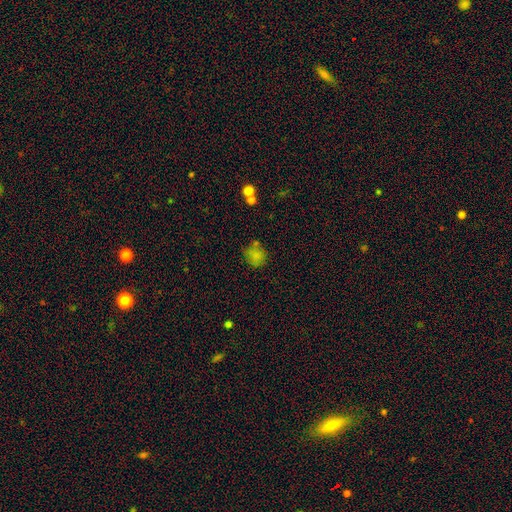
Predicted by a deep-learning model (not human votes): A smooth galaxy with no disk features (78%) that is round (81%).

Vote fractions:
- Smooth or featured? smooth: 78% / star or artifact: 14% / featured or disk: 8%
- How rounded? round: 81% / in between: 18% / cigar-shaped: 1%
- Merging? none: 65% / minor disturbance: 17% / merger: 12% / major disturbance: 6%